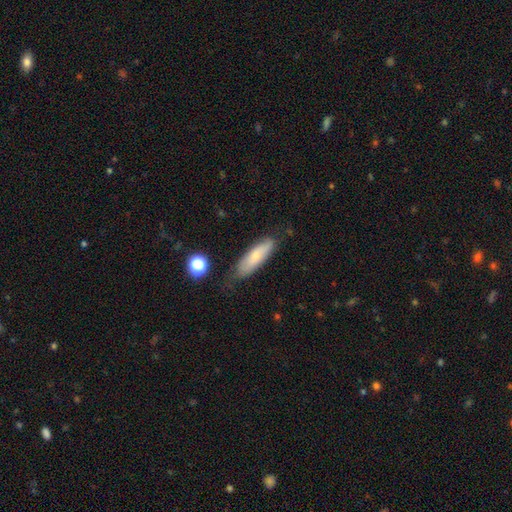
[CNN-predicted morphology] Smooth or featured? smooth (66%)
How rounded? cigar-shaped (57%)
Merging? none (71%)